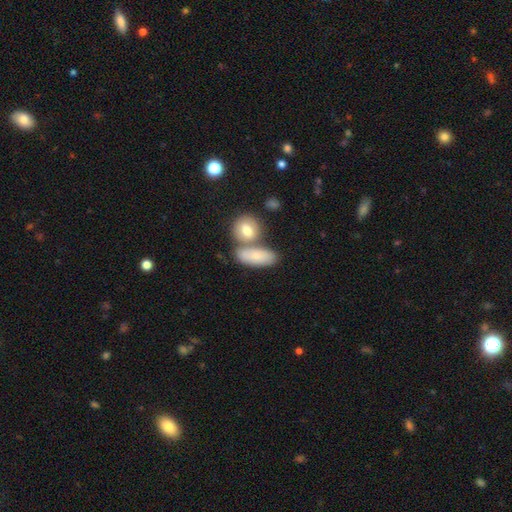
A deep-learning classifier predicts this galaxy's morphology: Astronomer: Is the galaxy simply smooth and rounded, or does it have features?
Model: smooth — 79%.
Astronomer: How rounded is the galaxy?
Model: in between — 78%.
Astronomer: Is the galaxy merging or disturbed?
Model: none — 49% (runner-up: merger, 36%).